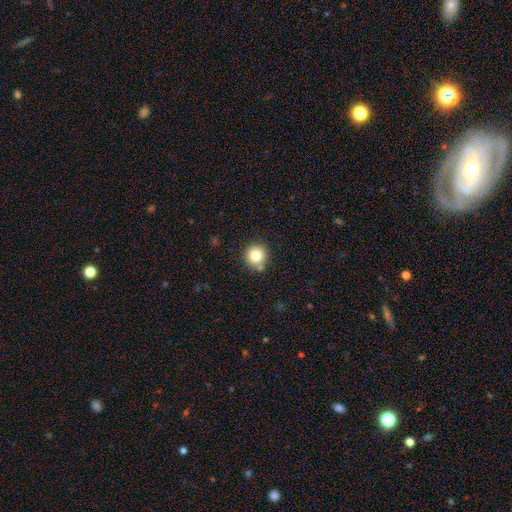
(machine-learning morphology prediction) A smooth galaxy with no disk features (80%) that is round (94%). Merging: none (82%).